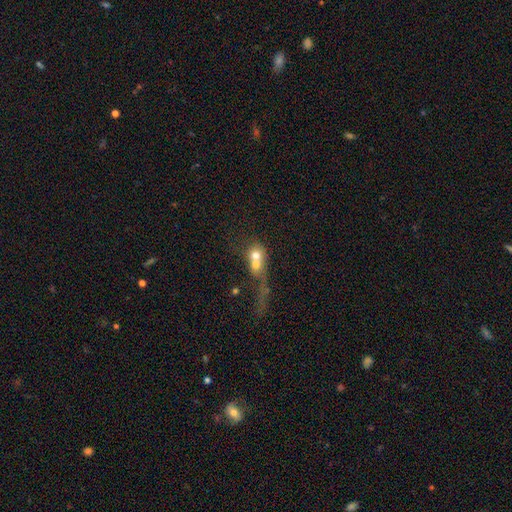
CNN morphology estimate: A smooth galaxy with no disk features (62%) that is round (63%). Merging: merger (74%).